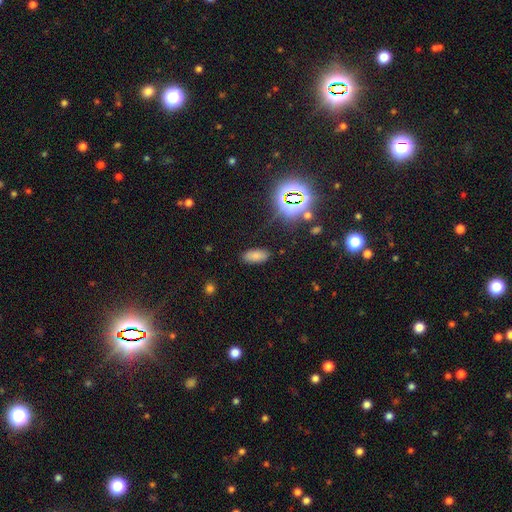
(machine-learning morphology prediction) This is likely a smooth galaxy (72%). How rounded: clearly in between (89%). Merging: clearly none (86%).